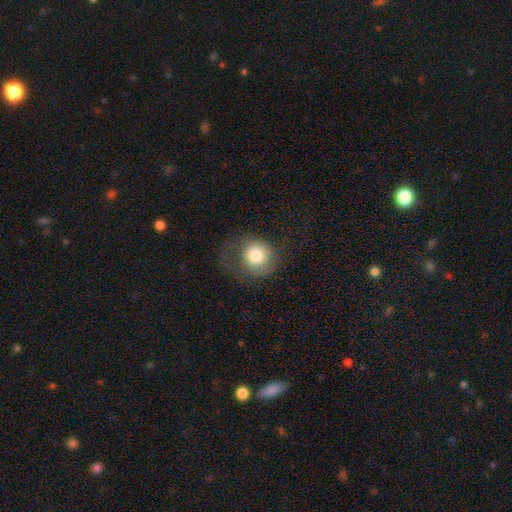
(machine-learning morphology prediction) Smooth or featured? smooth (75%)
How rounded? round (86%)
Merging? none (48%)